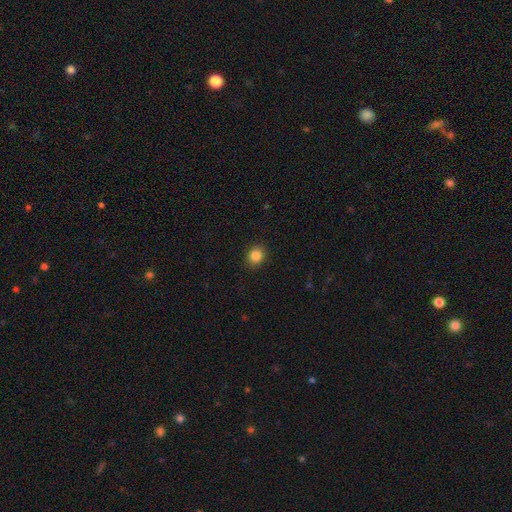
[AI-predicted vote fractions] Smooth or featured? Predicted: smooth (p=0.85). How rounded? Predicted: round (p=0.74). Merging? Predicted: none (p=0.90).